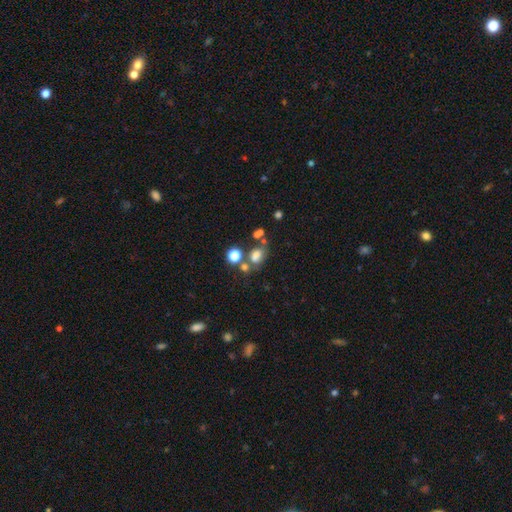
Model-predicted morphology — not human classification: Smooth or featured? smooth (67%)
How rounded? in between (59%)
Merging? none (48%)